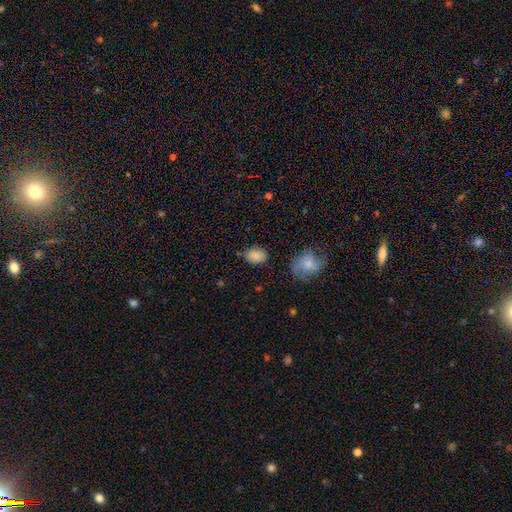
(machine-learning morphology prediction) smooth_or_featured: smooth (p=0.86) [alt: star or artifact p=0.09]
how_rounded: in between (p=0.73) [alt: round p=0.26]
merging: none (p=0.80) [alt: minor disturbance p=0.14]